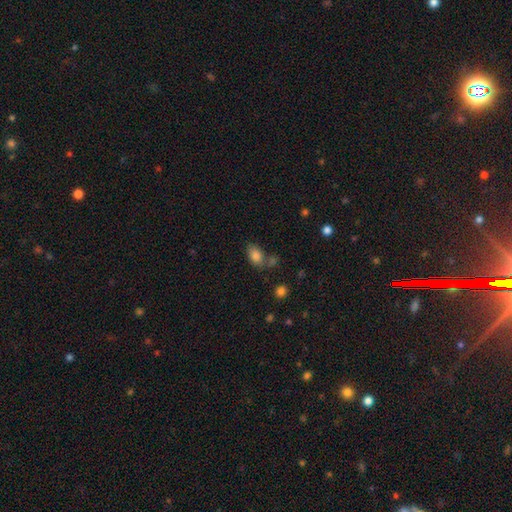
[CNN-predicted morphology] Smooth or featured?
  - smooth: 83% *
  - star or artifact: 10%
  - featured or disk: 7%
How rounded?
  - in between: 85% *
  - round: 14%
  - cigar-shaped: 2%
Merging?
  - none: 52% *
  - merger: 22%
  - minor disturbance: 18%
  - major disturbance: 8%